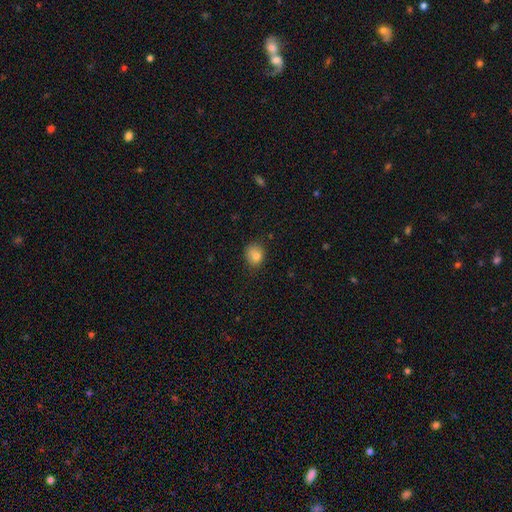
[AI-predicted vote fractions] Smooth or featured?
  - smooth: 82% *
  - star or artifact: 11%
  - featured or disk: 7%
How rounded?
  - round: 63% *
  - in between: 36%
  - cigar-shaped: 1%
Merging?
  - none: 70% *
  - minor disturbance: 22%
  - major disturbance: 5%
  - merger: 2%